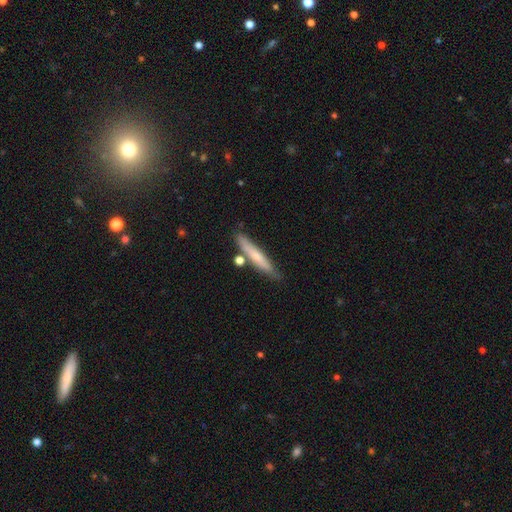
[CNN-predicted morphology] Smooth or featured? Predicted: smooth (p=0.60). How rounded? Predicted: cigar-shaped (p=0.92). Merging? Predicted: none (p=0.77).